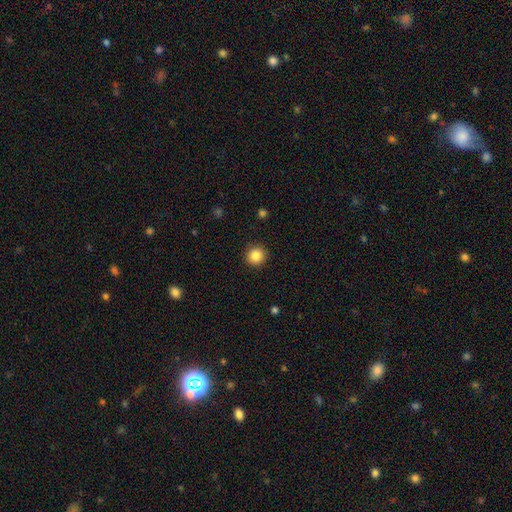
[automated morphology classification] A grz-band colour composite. It shows a smooth galaxy with no disk features (85%) that is round (95%). Merging: none (92%).